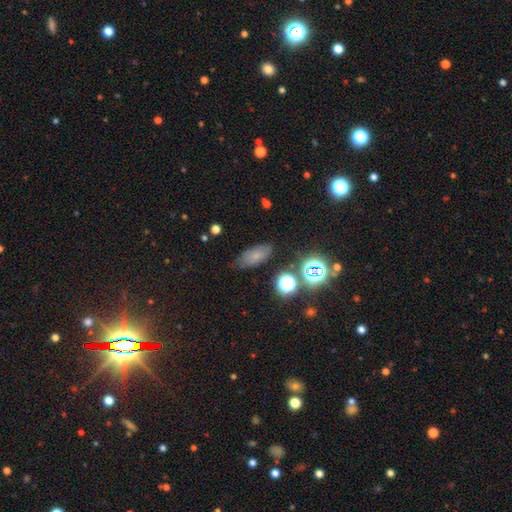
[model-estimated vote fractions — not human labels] smooth-or-featured: smooth: 59% | star or artifact: 22% | featured or disk: 19%
  how-rounded: in between: 85% | cigar-shaped: 8% | round: 7%
  merging: none: 71% | minor disturbance: 19% | major disturbance: 6% | merger: 3%